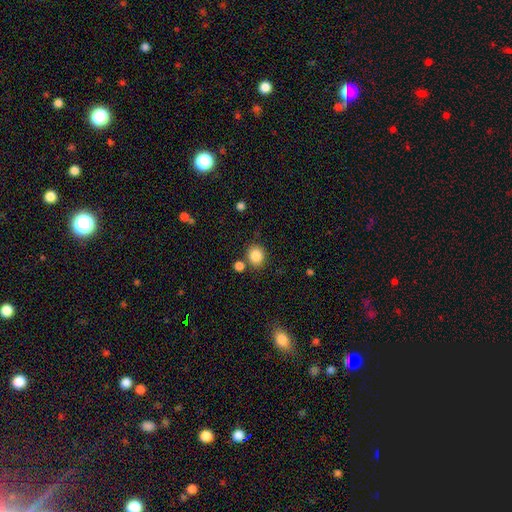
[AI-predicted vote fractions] This is clearly a smooth galaxy (85%). How rounded: likely round (76%). Merging: likely none (74%).